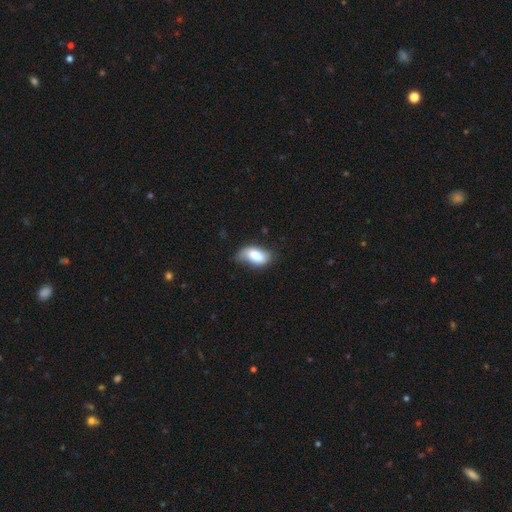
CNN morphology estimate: Smooth or featured: smooth — 78% (featured or disk — 15%)
How rounded: in between — 92% (round — 5%)
Merging: none — 50% (minor disturbance — 37%)